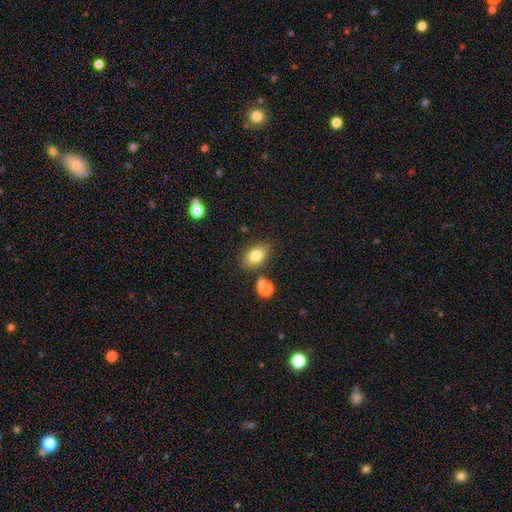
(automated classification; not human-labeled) This appears to be a smooth galaxy with no disk features (79%) that is in between round and cigar-shaped (85%). Merging: none (74%).